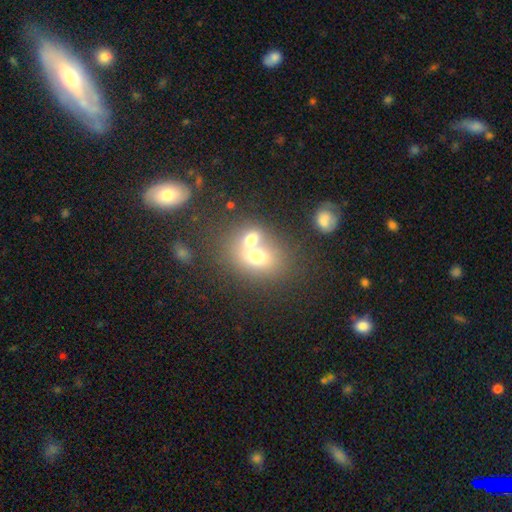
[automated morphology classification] smooth 66%, featured or disk 22%, star or artifact 12%. Down the decision tree: how rounded — in between (57%); merging — merger (61%).